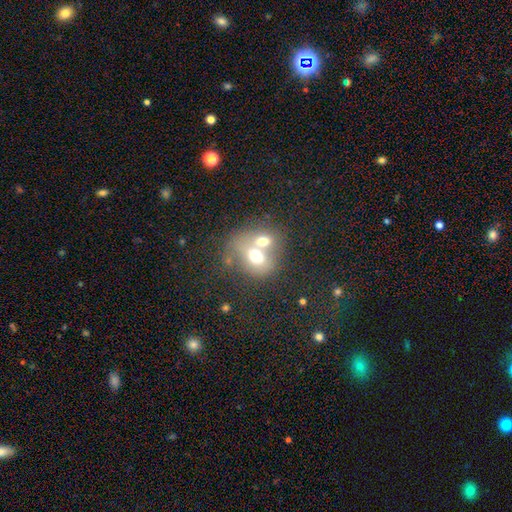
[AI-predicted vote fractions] A smooth galaxy with no disk features (63%) that is in between round and cigar-shaped (50%).

Vote fractions:
- Smooth or featured? smooth: 63% / featured or disk: 26% / star or artifact: 11%
- How rounded? in between: 50% / round: 48% / cigar-shaped: 1%
- Merging? merger: 67% / none: 21% / minor disturbance: 7% / major disturbance: 5%